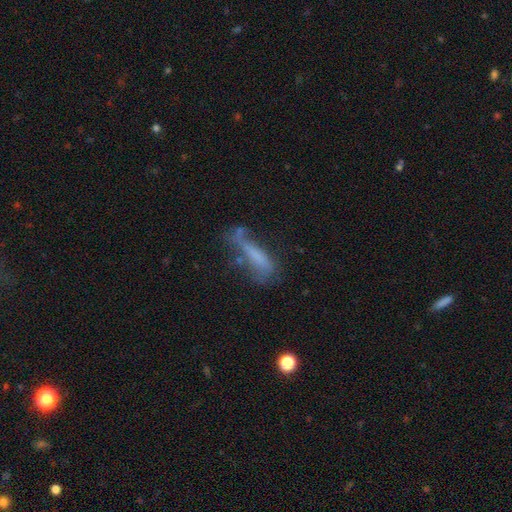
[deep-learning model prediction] Morphology: type=smooth (54%); roundness=cigar-shaped (71%); merging=none (33%).